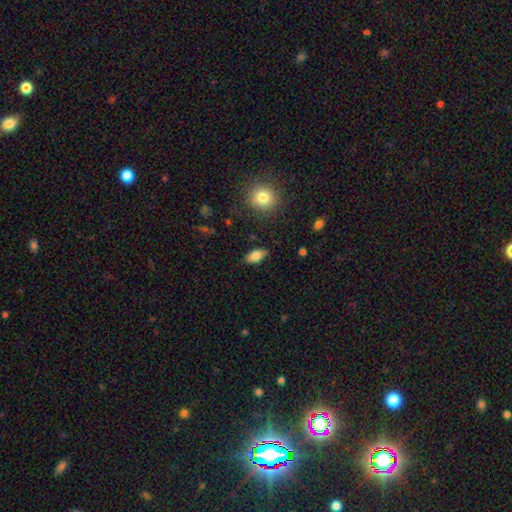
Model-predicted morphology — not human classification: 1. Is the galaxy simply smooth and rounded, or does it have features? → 81% smooth, 11% featured or disk, 8% star or artifact.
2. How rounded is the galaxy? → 90% in between, 6% round, 5% cigar-shaped.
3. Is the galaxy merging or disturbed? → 81% none, 14% minor disturbance, 3% major disturbance, 2% merger.